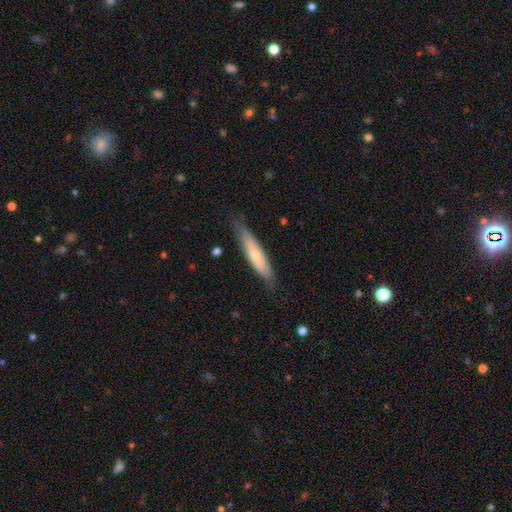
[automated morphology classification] Smooth or featured? smooth (58%)
How rounded? cigar-shaped (81%)
Merging? none (79%)